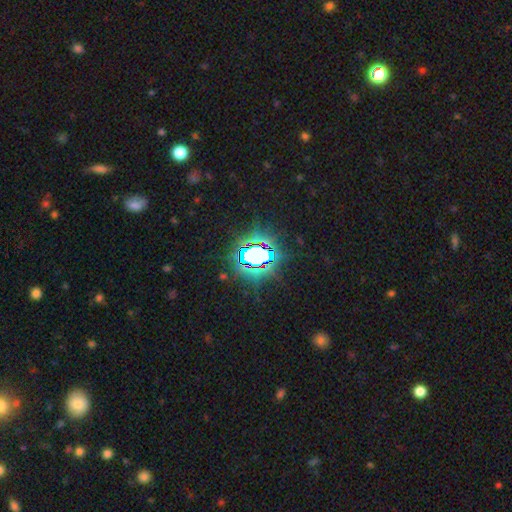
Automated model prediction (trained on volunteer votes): smooth-or-featured: star or artifact: 74% | smooth: 15% | featured or disk: 10%